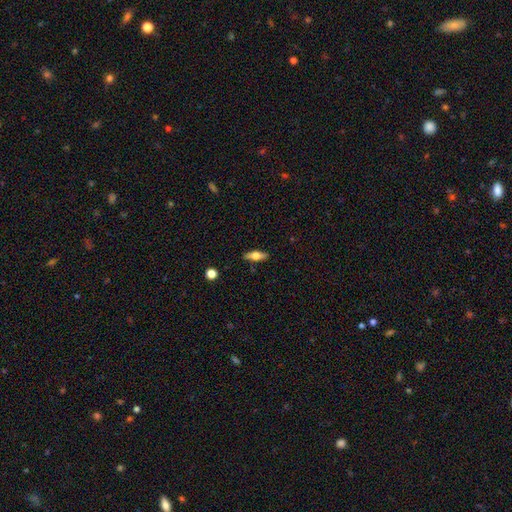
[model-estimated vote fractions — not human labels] This is possibly a smooth galaxy (52%). How rounded: possibly in between (59%). Merging: clearly none (88%).